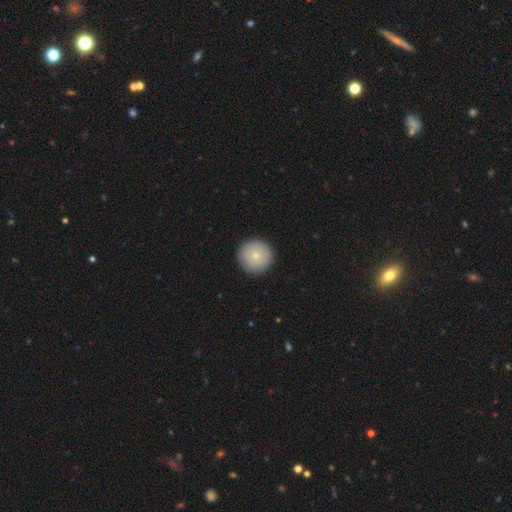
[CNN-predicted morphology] This appears to be a smooth galaxy with no disk features (81%) that is round (96%). Merging: none (91%).